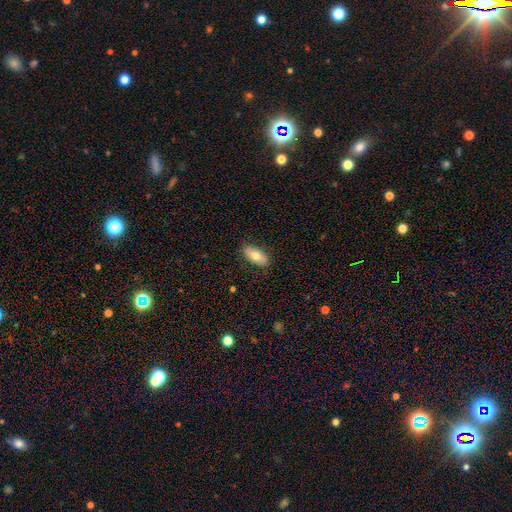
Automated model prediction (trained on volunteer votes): A smooth galaxy with no disk features (71%) that is in between round and cigar-shaped (92%). Merging: none (85%).